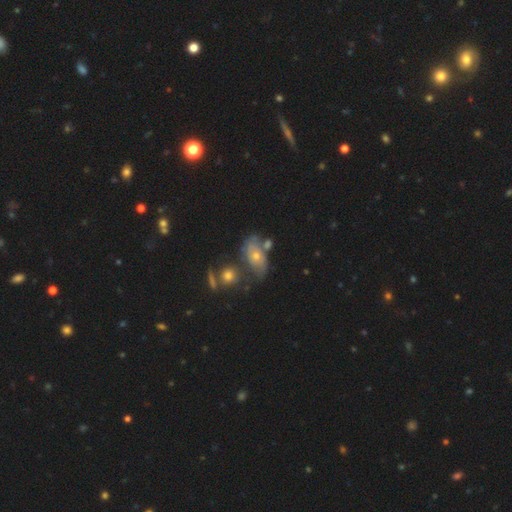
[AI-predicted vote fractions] This is possibly a featured or disk galaxy (45%). Merging: marginally merger (40%).